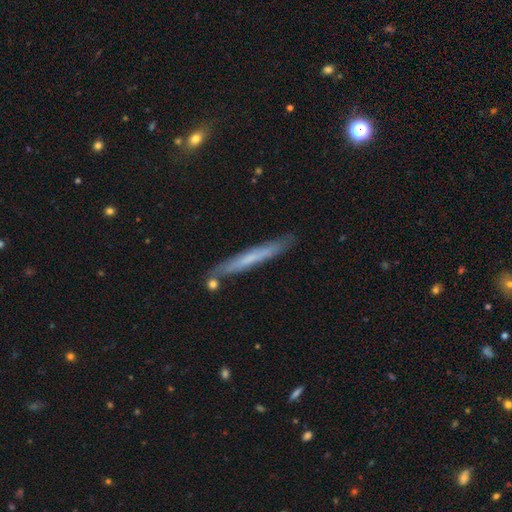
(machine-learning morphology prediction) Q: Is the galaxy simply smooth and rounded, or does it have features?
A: smooth — 48%.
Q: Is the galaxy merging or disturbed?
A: none — 84%.